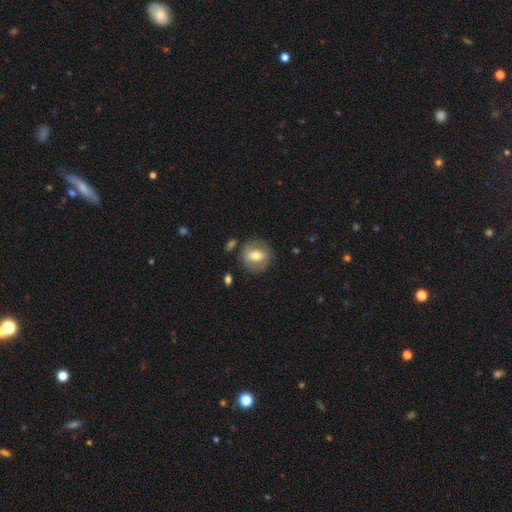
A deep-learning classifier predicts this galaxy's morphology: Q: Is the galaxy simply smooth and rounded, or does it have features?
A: smooth — 58%.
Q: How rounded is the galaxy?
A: round — 79%.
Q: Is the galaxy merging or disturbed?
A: none — 79%.